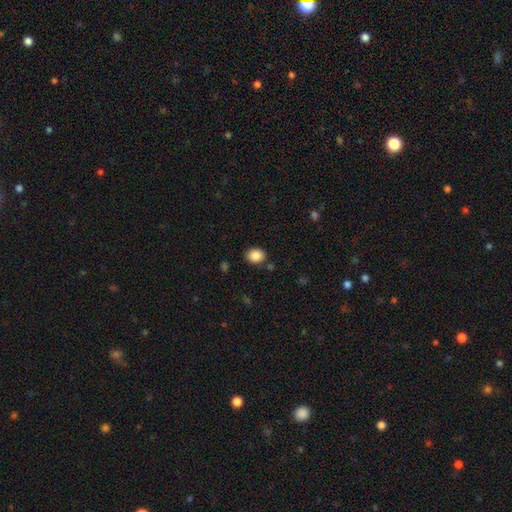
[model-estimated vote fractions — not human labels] Smooth or featured?
  - smooth: 87% *
  - star or artifact: 9%
  - featured or disk: 4%
How rounded?
  - round: 57% *
  - in between: 42%
  - cigar-shaped: 1%
Merging?
  - none: 83% *
  - minor disturbance: 10%
  - merger: 4%
  - major disturbance: 3%